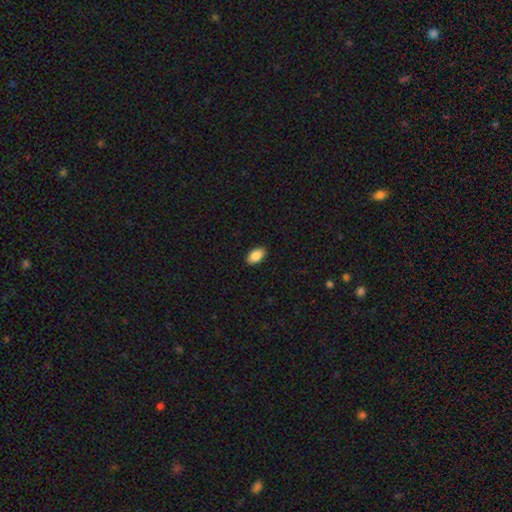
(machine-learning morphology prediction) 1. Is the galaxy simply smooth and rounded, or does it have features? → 88% smooth, 7% star or artifact, 5% featured or disk.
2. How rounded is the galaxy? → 93% in between, 5% round, 2% cigar-shaped.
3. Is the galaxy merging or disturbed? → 90% none, 7% minor disturbance, 2% major disturbance, 1% merger.